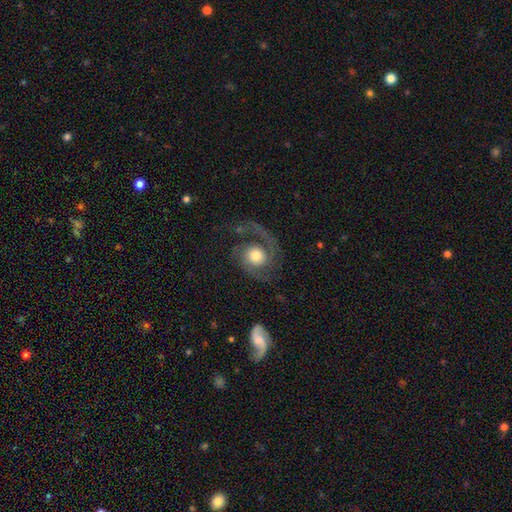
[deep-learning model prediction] A featured or disk galaxy (84%) with no bar (75%), 2 (82%) medium (50%) spiral arms (96%) and a moderate central bulge (53%). Merging: none (60%).